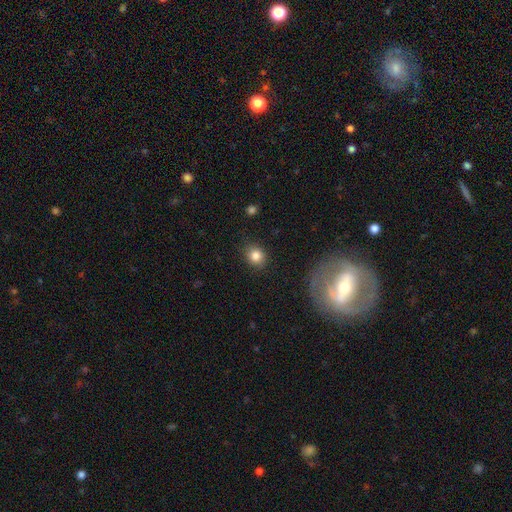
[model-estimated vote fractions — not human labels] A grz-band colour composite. It shows a smooth galaxy with no disk features (84%) that is round (70%). Merging: none (86%).